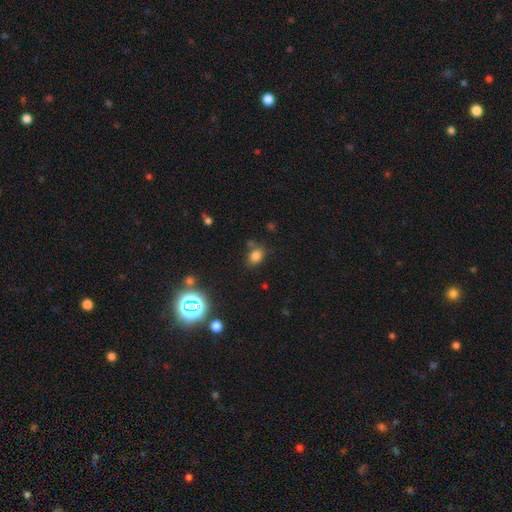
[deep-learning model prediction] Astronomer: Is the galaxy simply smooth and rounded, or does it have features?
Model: smooth — 77%.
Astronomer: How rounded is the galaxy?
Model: in between — 67%.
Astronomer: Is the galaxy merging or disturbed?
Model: none — 71%.